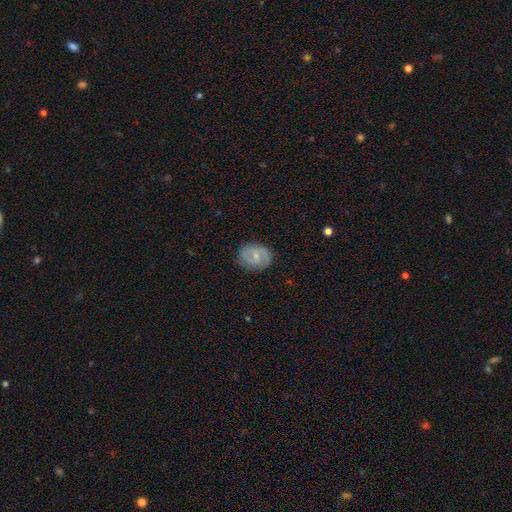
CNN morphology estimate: This is possibly a featured or disk galaxy (48%). Merging: clearly none (80%).